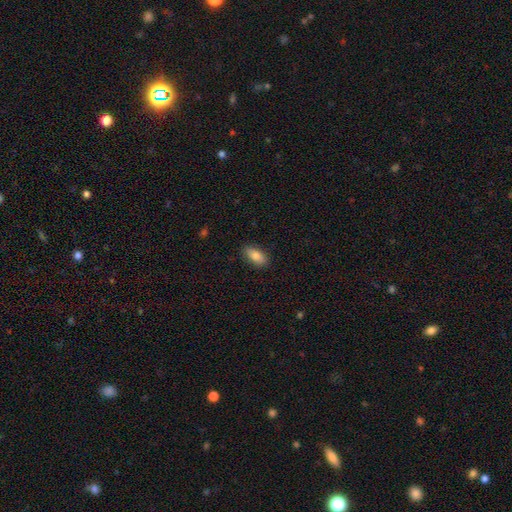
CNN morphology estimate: Smooth or featured? smooth (82%)
How rounded? in between (88%)
Merging? none (88%)